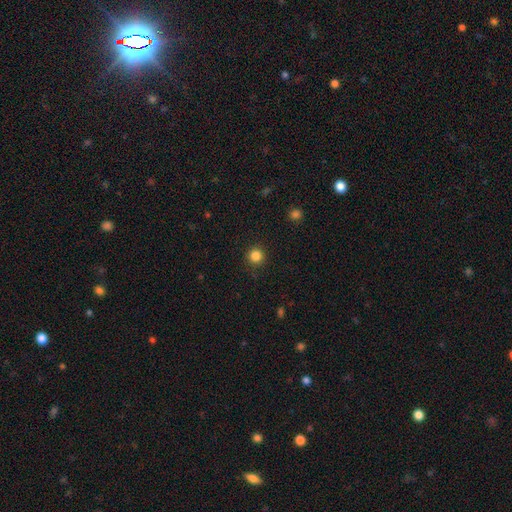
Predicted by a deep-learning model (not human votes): This is clearly a smooth galaxy (84%). How rounded: clearly round (95%). Merging: clearly none (91%).